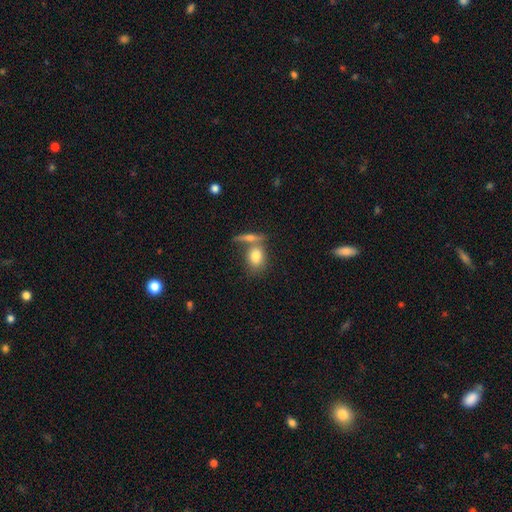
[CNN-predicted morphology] smooth_or_featured: smooth (p=0.77) [alt: featured or disk p=0.15]
how_rounded: in between (p=0.70) [alt: round p=0.25]
merging: none (p=0.45) [alt: merger p=0.38]